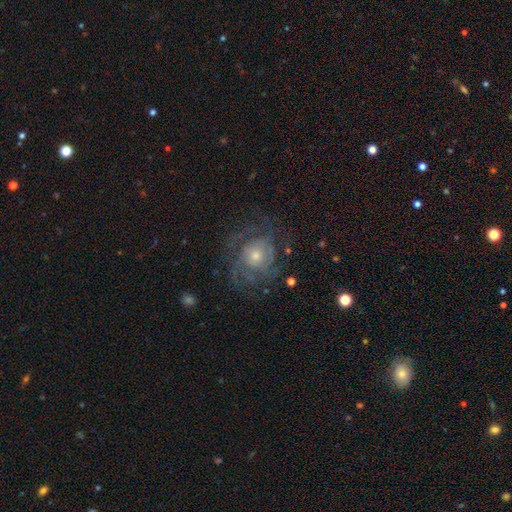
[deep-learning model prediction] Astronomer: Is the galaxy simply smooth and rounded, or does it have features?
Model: featured or disk — 75%.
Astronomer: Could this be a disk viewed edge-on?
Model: no — 97%.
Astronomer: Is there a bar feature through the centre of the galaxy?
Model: no — 80%.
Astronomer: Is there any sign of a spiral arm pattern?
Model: yes — 87%.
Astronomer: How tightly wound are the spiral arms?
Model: tight — 57% (runner-up: medium, 32%).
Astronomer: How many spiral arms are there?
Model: can't tell — 42% (runner-up: 3, 18%).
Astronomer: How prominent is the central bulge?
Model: moderate — 47% (runner-up: small, 44%).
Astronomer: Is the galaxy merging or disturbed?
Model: none — 68%.